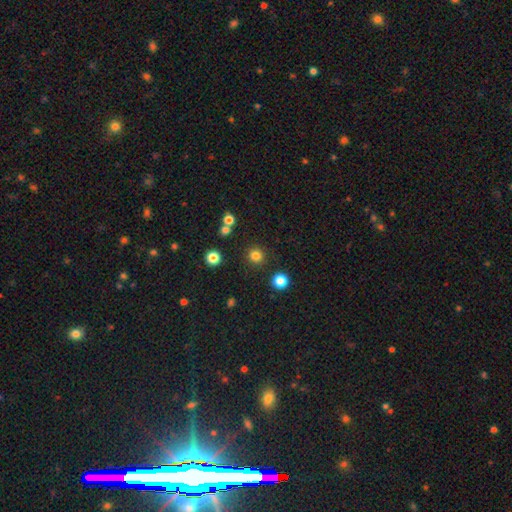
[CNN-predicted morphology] Overall: smooth (80%). How rounded: round (94%). Merging: none (90%).